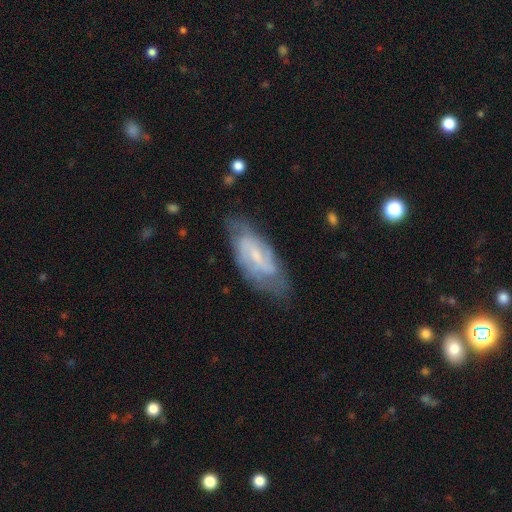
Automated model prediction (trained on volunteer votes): Overall: featured or disk (71%). Edge-on disk: no (90%). Bar: weak (54%; no 28%). Spiral arms: yes (86%). Spiral arm count: 2 (54%; can't tell 30%). Spiral winding: medium (44%; tight 36%). Bulge size: small (57%; moderate 26%). Merging: none (64%; minor disturbance 25%).